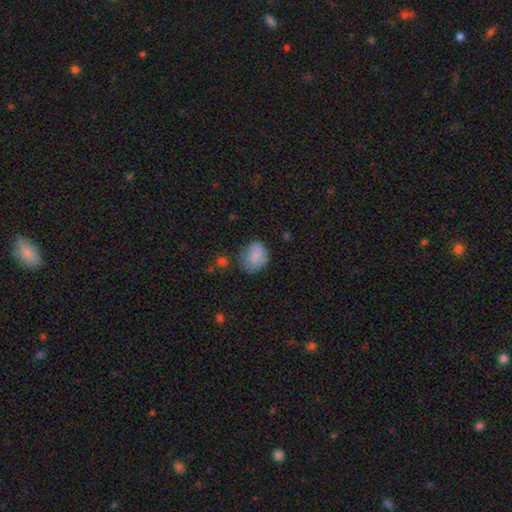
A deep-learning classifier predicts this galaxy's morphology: Overall: smooth (81%). How rounded: round (52%; in between 47%). Merging: none (63%; minor disturbance 25%).